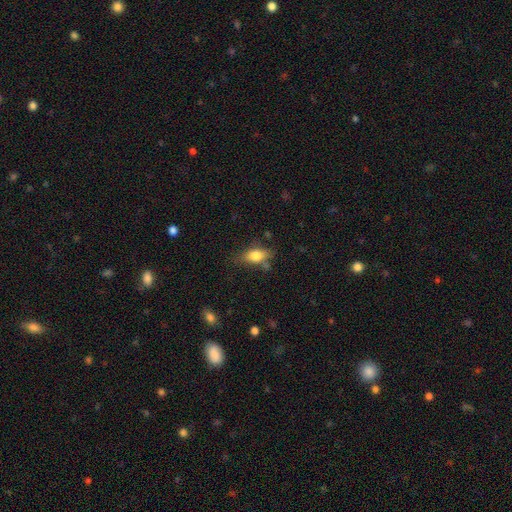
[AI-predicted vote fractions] smooth-or-featured: smooth: 76% | featured or disk: 15% | star or artifact: 8%
  how-rounded: in between: 82% | cigar-shaped: 10% | round: 8%
  merging: none: 66% | minor disturbance: 23% | major disturbance: 6% | merger: 5%